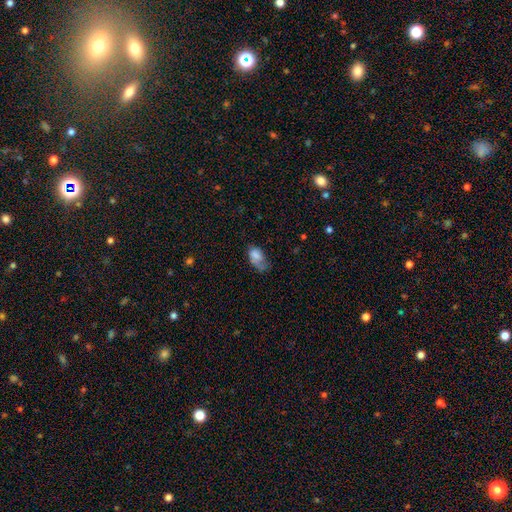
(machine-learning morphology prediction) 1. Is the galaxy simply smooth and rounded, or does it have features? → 72% smooth, 19% featured or disk, 9% star or artifact.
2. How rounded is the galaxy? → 91% in between, 7% round, 2% cigar-shaped.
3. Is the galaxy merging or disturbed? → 35% major disturbance, 33% minor disturbance, 28% none, 4% merger.